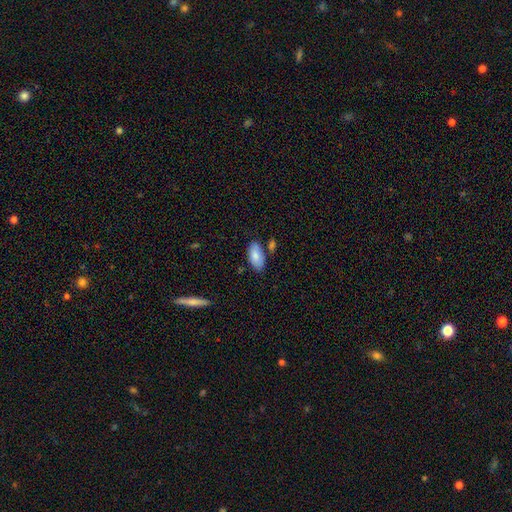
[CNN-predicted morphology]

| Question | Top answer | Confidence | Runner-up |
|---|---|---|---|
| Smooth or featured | smooth | 81% | featured or disk (13%) |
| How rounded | in between | 94% | cigar-shaped (3%) |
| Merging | none | 72% | minor disturbance (16%) |